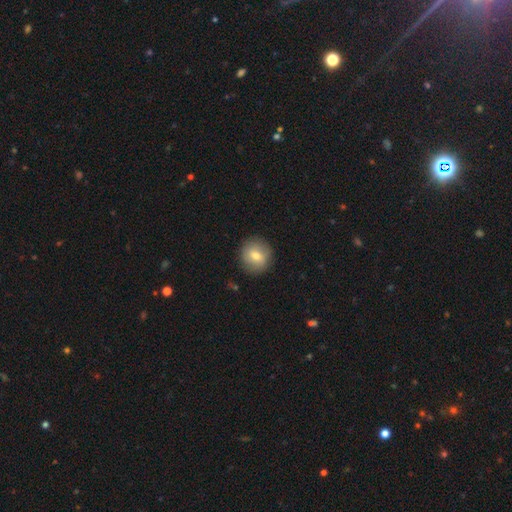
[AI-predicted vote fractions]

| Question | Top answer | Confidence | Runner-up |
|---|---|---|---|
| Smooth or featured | smooth | 73% | featured or disk (19%) |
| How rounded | round | 89% | in between (10%) |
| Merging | none | 88% | minor disturbance (9%) |